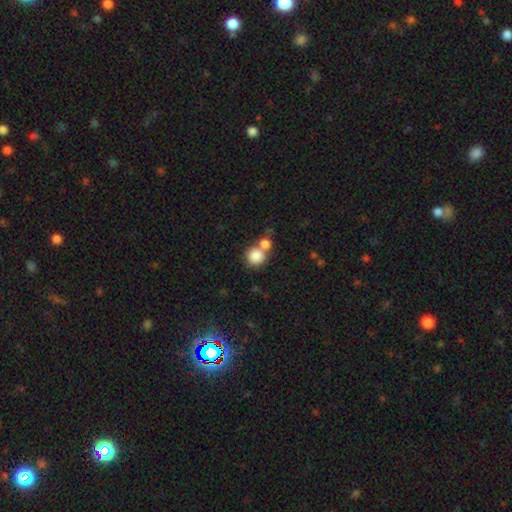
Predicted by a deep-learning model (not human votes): Overall: smooth (84%). How rounded: round (88%). Merging: none (45%; merger 43%).